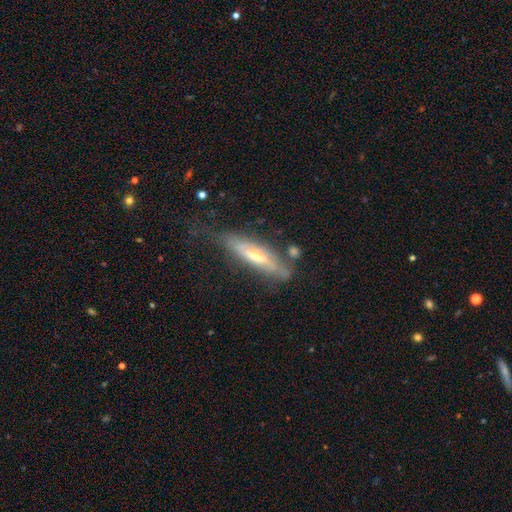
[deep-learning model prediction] Smooth or featured?
  - featured or disk: 64% *
  - smooth: 29%
  - star or artifact: 7%
Edge-on disk?
  - yes: 65% *
  - no: 35%
Merging?
  - none: 55% *
  - minor disturbance: 27%
  - major disturbance: 12%
  - merger: 6%